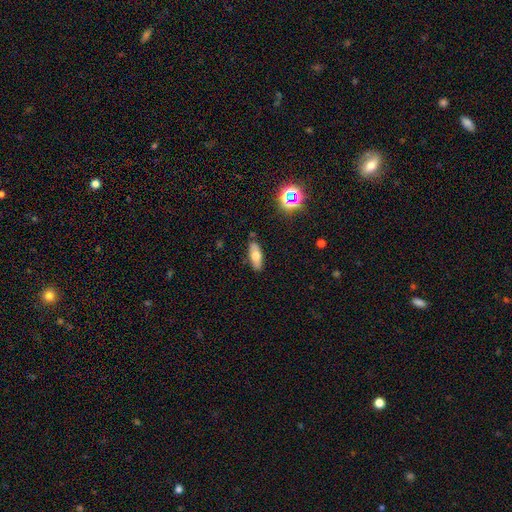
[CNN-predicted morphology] Smooth or featured? Predicted: smooth (p=0.66). How rounded? Predicted: in between (p=0.71). Merging? Predicted: none (p=0.85).